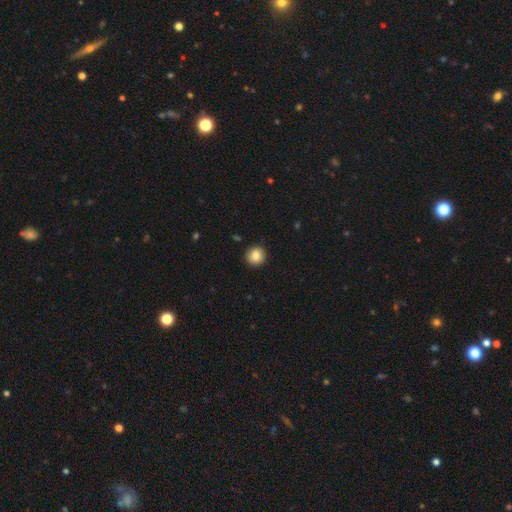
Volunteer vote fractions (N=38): A smooth galaxy with no disk features (97%) that is round (97%). Merging: none (84%).